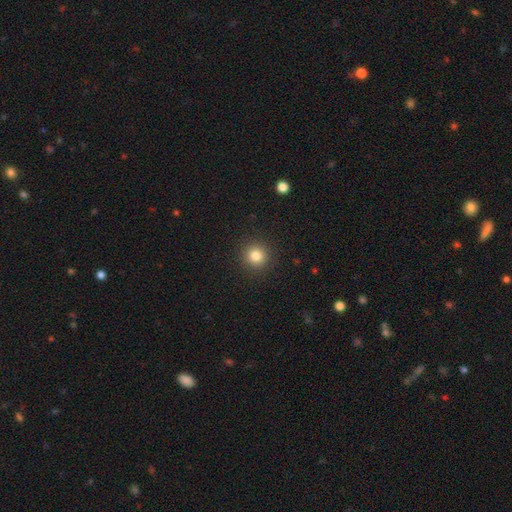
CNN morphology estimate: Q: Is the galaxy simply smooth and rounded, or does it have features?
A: smooth — 82%.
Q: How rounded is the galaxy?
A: round — 94%.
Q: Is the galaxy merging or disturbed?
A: none — 92%.